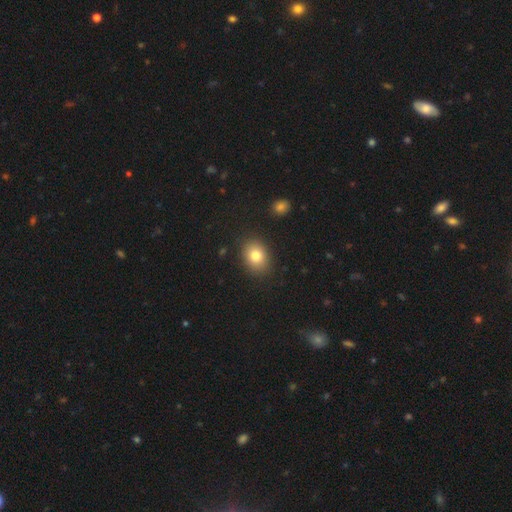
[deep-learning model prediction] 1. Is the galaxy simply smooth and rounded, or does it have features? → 81% smooth, 10% star or artifact, 9% featured or disk.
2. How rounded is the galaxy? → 55% in between, 44% round, 1% cigar-shaped.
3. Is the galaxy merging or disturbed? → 88% none, 8% minor disturbance, 3% major disturbance, 1% merger.